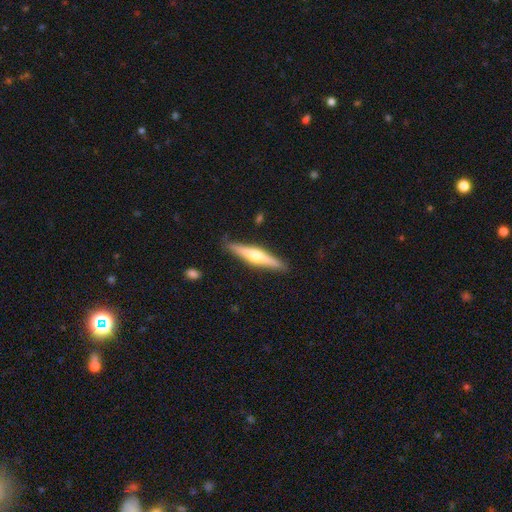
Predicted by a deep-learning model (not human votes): The model was most divided on "smooth or featured": featured or disk: 62%, smooth: 33%, star or artifact: 5%. More confident: edge-on disk — yes (96%); edge-on bulge — rounded (89%); merging — none (88%).